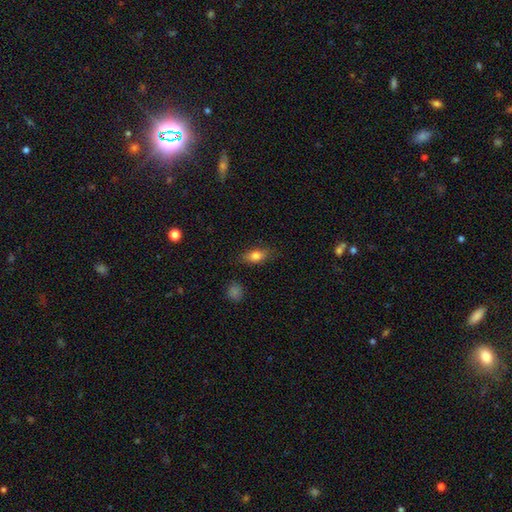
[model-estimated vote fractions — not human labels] A smooth galaxy with no disk features (77%) that is in between round and cigar-shaped (80%). Merging: none (81%).